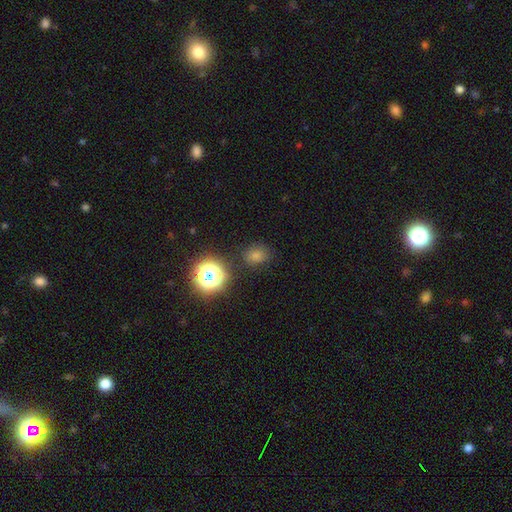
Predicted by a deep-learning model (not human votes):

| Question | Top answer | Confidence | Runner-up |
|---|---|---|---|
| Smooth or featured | smooth | 63% | star or artifact (30%) |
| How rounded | round | 70% | in between (29%) |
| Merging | none | 83% | minor disturbance (11%) |